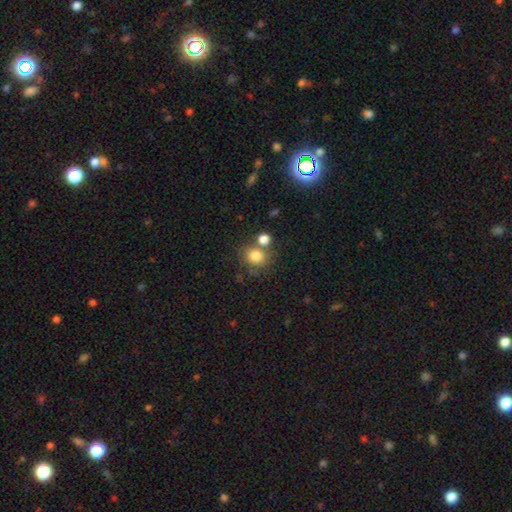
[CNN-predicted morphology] This appears to be a smooth galaxy with no disk features (80%) that is round (78%). Merging: none (58%).